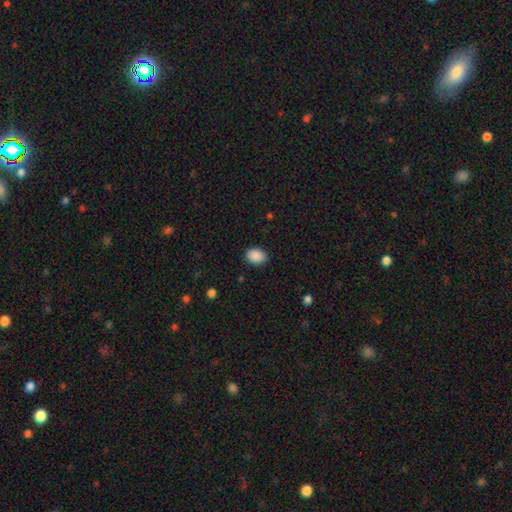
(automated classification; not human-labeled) Smooth or featured: smooth — 90% (star or artifact — 8%)
How rounded: in between — 71% (round — 28%)
Merging: none — 87% (minor disturbance — 10%)